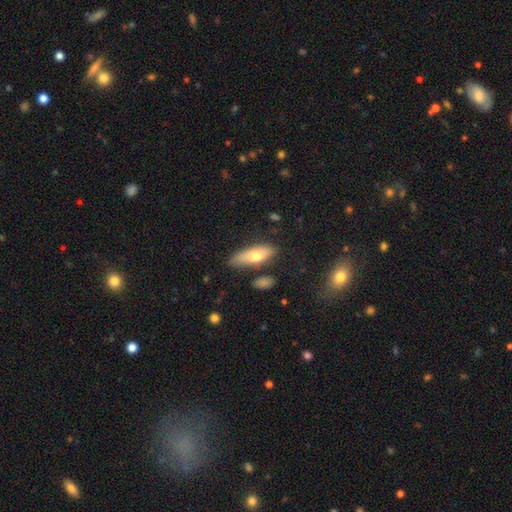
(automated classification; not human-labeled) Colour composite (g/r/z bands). It shows a smooth galaxy with no disk features (67%) that is in between round and cigar-shaped (64%). Merging: none (70%).